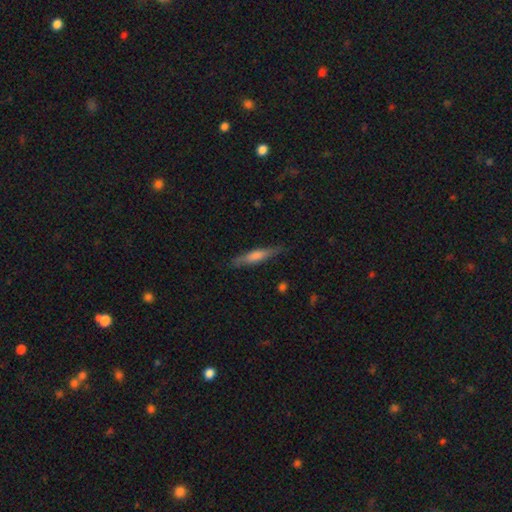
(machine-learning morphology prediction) The model was most divided on "smooth or featured": smooth: 54%, featured or disk: 40%, star or artifact: 6%. More confident: how rounded — cigar-shaped (88%); merging — none (84%).